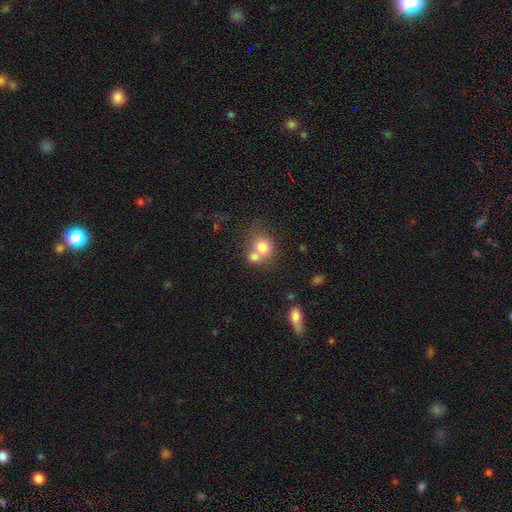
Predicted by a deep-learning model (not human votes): This is likely a smooth galaxy (63%). How rounded: likely round (79%). Merging: possibly none (48%).